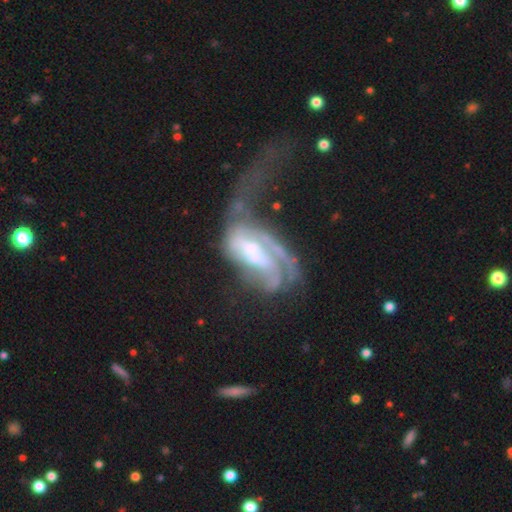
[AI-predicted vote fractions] Overall: featured or disk (77%). Edge-on disk: no (94%). Bar: no (39%; weak 34%). Spiral arms: yes (81%). Spiral arm count: 2 (31%; 1 28%). Spiral winding: medium (36%, tied with loose). Bulge size: moderate (40%; small 26%). Merging: major disturbance (61%).